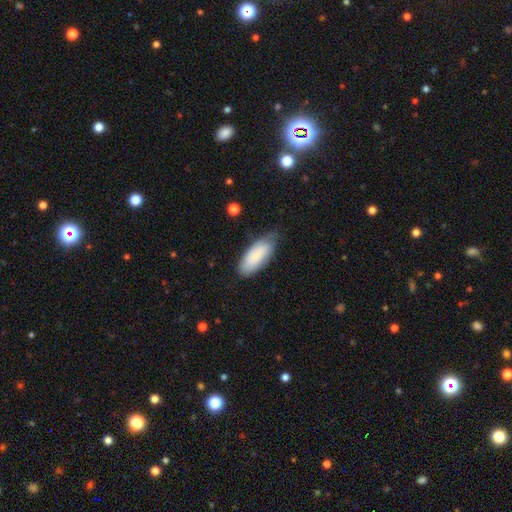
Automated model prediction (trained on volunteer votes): This appears to be a smooth galaxy with no disk features (79%) that is in between round and cigar-shaped (82%). Merging: none (60%).